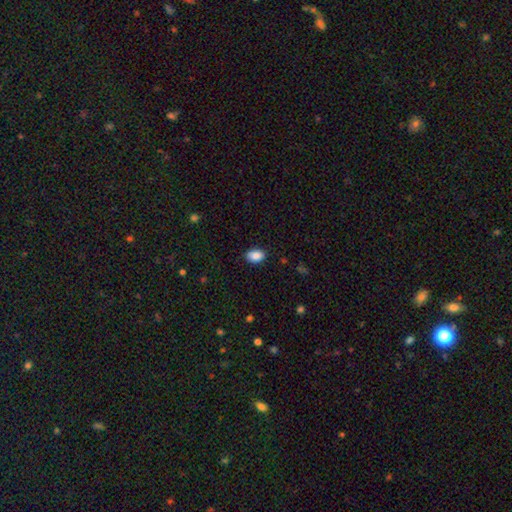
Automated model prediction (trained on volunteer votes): Overall: smooth (89%). How rounded: in between (88%). Merging: none (86%).